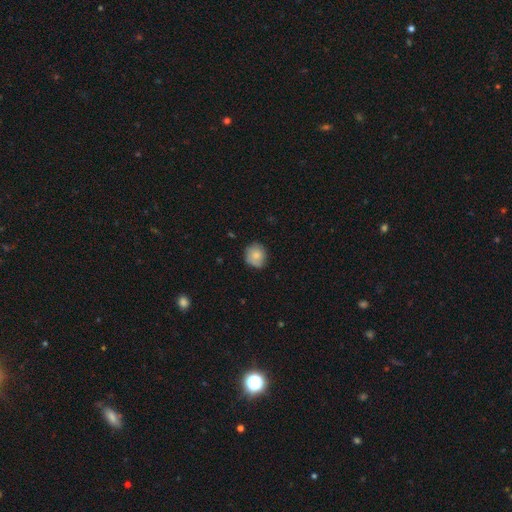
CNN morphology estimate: This appears to be a smooth galaxy with no disk features (80%) that is round (85%). Merging: none (76%).